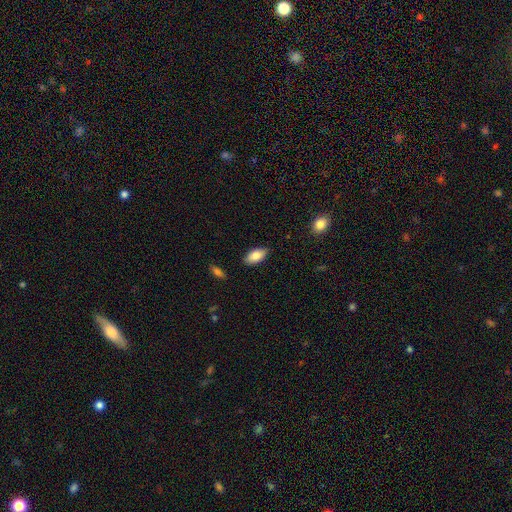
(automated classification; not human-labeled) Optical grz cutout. It shows a smooth galaxy with no disk features (84%) that is in between round and cigar-shaped (92%). Merging: none (85%).